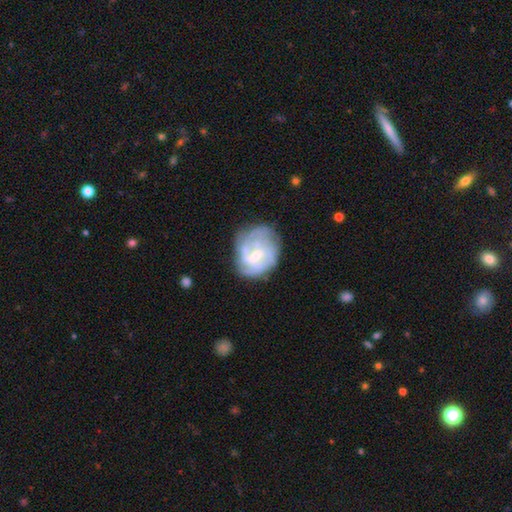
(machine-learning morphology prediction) This appears to be a featured or disk galaxy (72%) with a weak bar (55%), tight (48%) spiral arms (79%) and a small central bulge (47%). Merging: none (56%).